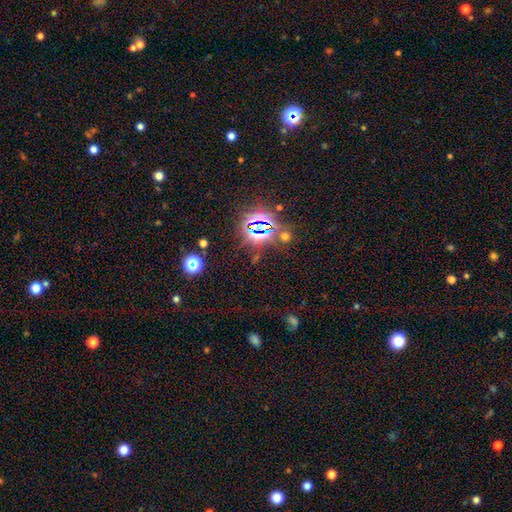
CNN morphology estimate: smooth-or-featured: star or artifact: 80% | smooth: 12% | featured or disk: 8%